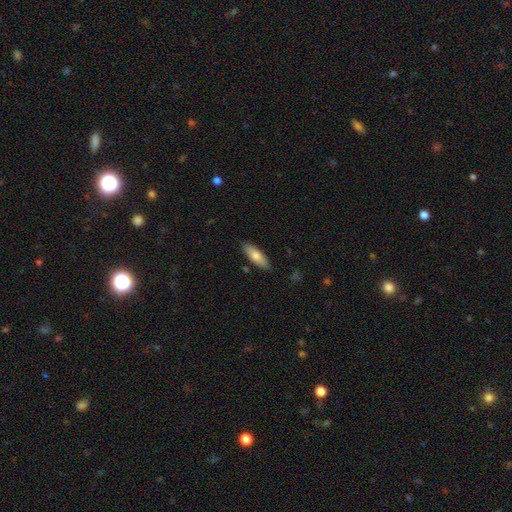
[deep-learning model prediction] The model was most divided on "how rounded": in between: 64%, cigar-shaped: 34%, round: 2%. More confident: merging — none (87%); smooth or featured — smooth (74%).